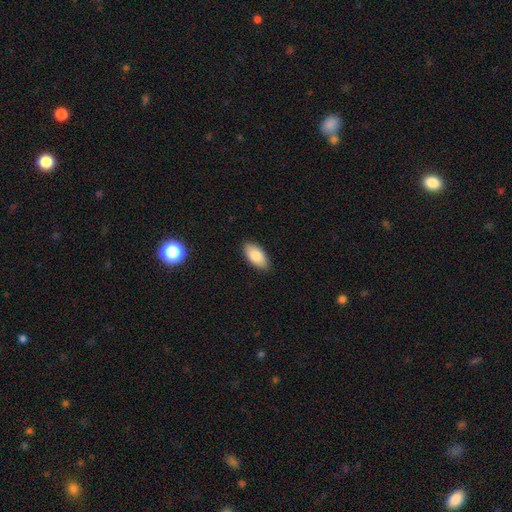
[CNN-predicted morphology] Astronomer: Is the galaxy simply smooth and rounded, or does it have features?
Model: smooth — 84%.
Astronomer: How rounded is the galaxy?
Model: in between — 93%.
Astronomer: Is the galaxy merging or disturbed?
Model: none — 87%.